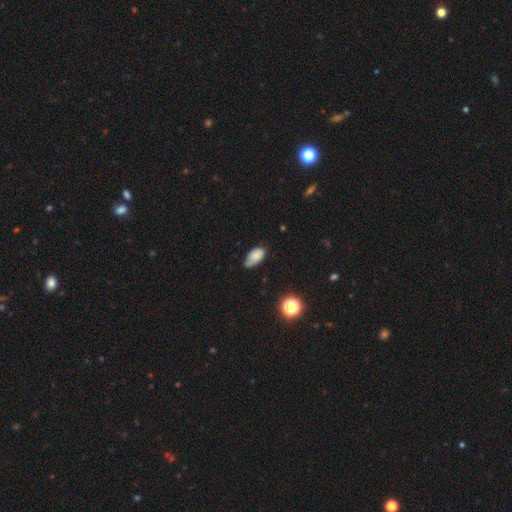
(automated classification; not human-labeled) The model was most divided on "merging": none: 52%, minor disturbance: 38%, major disturbance: 7%, merger: 3%. More confident: how rounded — in between (92%); smooth or featured — smooth (78%).